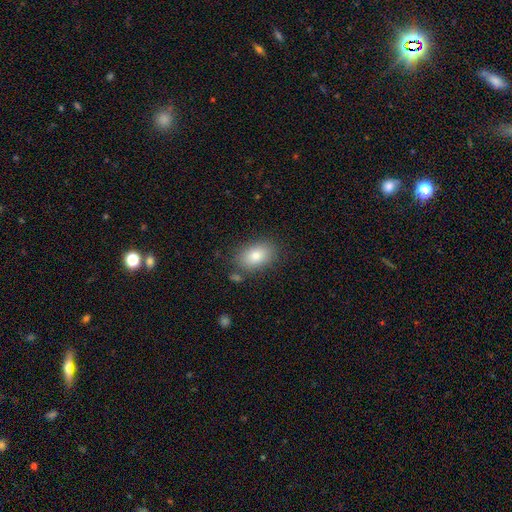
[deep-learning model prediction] A smooth galaxy with no disk features (81%) that is in between round and cigar-shaped (87%). Merging: none (81%).